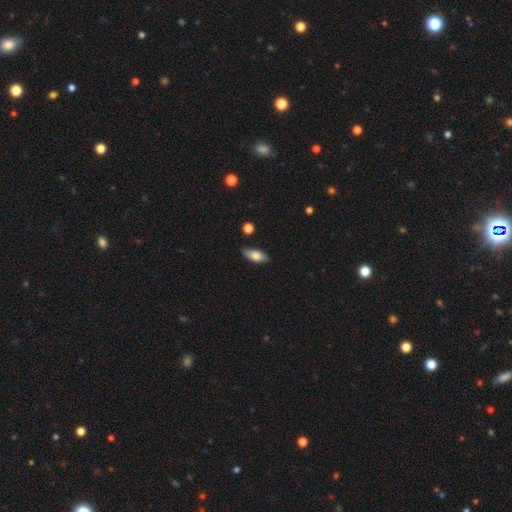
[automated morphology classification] type=smooth (74%); roundness=in between (82%); merging=none (81%).